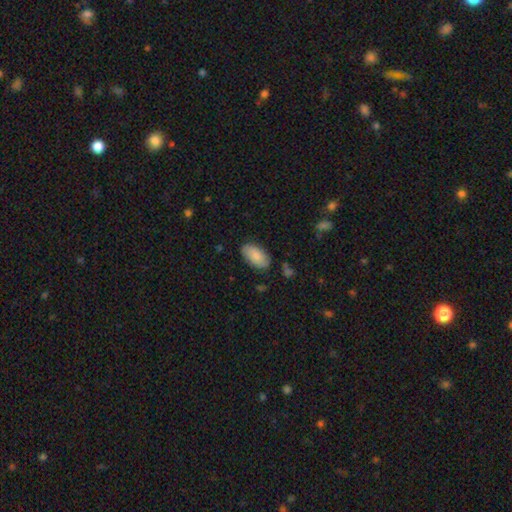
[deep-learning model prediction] smooth-or-featured: smooth: 85% | featured or disk: 9% | star or artifact: 6%
  how-rounded: in between: 95% | cigar-shaped: 3% | round: 2%
  merging: none: 84% | minor disturbance: 12% | major disturbance: 3% | merger: 2%